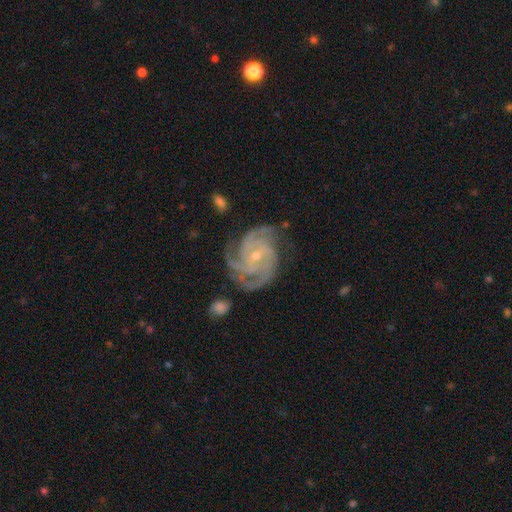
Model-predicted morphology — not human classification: Q: Smooth or featured?
A: featured or disk (91%); runner-up: star or artifact (5%)
Q: Edge-on disk?
A: no (98%); runner-up: yes (2%)
Q: Bar?
A: no (64%); runner-up: weak (27%)
Q: Spiral arms?
A: yes (99%); runner-up: no (1%)
Q: Spiral winding?
A: tight (66%); runner-up: medium (31%)
Q: Spiral arm count?
A: 4 (41%); runner-up: 3 (34%)
Q: Bulge size?
A: small (73%); runner-up: moderate (24%)
Q: Merging?
A: none (73%); runner-up: minor disturbance (19%)